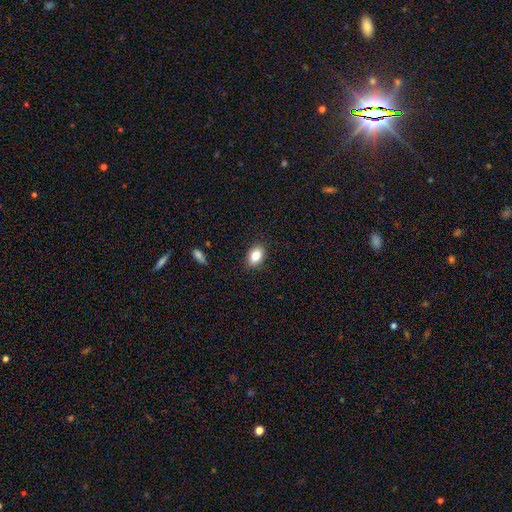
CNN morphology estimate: Smooth or featured: smooth — 84% (star or artifact — 9%)
How rounded: in between — 81% (round — 18%)
Merging: none — 88% (minor disturbance — 9%)